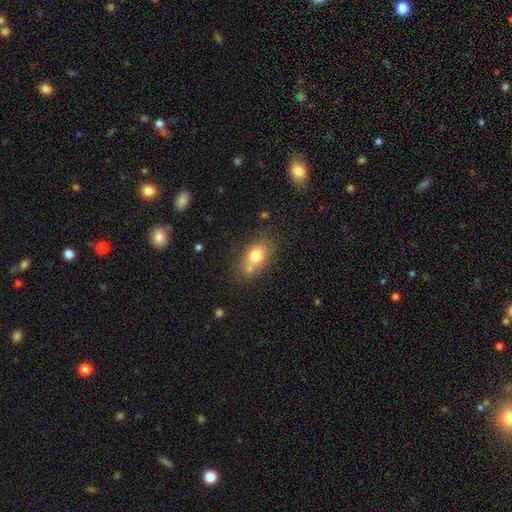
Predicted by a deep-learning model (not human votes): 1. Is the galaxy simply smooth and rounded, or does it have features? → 74% smooth, 16% featured or disk, 10% star or artifact.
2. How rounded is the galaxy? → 77% in between, 20% round, 2% cigar-shaped.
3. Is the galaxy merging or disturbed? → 57% none, 22% merger, 16% minor disturbance, 5% major disturbance.